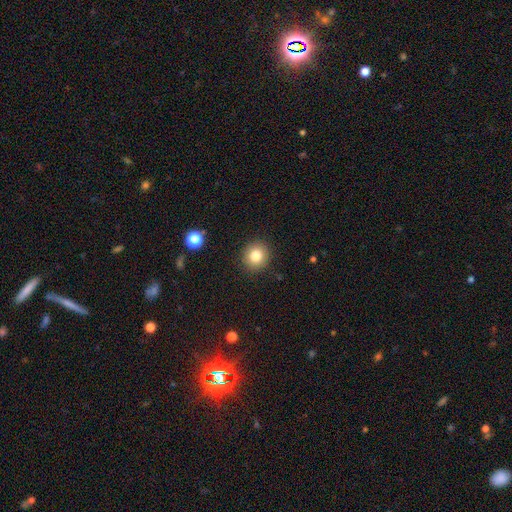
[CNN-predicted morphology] type=smooth (81%); roundness=round (89%); merging=none (91%).